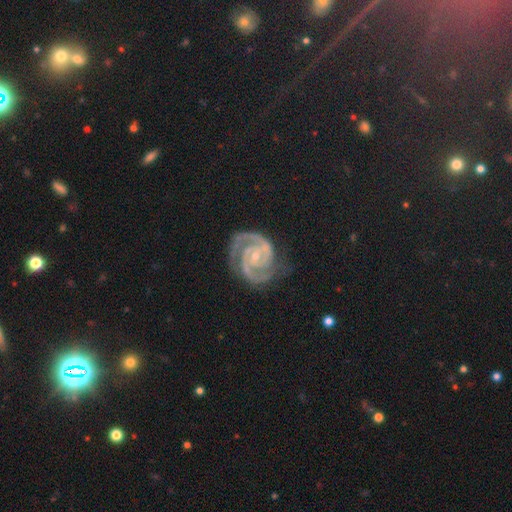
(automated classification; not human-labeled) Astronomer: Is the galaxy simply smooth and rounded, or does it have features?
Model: featured or disk — 93%.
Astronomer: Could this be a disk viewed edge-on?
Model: no — 98%.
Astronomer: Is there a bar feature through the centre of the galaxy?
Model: no — 56% (runner-up: weak, 31%).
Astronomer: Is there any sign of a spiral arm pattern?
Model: yes — 99%.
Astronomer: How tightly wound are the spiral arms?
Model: tight — 62%.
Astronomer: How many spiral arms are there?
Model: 2 — 85%.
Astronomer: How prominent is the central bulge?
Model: small — 75%.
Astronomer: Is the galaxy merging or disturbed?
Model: none — 74%.